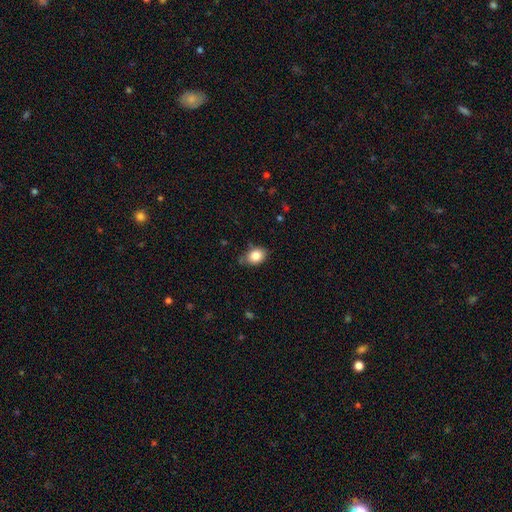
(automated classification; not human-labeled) This appears to be a smooth galaxy with no disk features (84%) that is in between round and cigar-shaped (67%). Merging: none (76%).